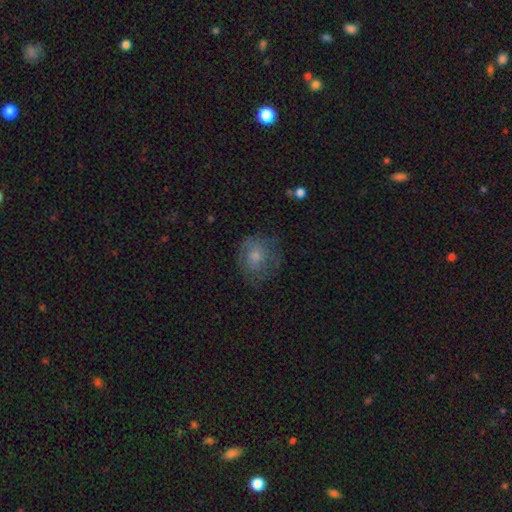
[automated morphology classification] Smooth or featured?
  - smooth: 57% *
  - featured or disk: 29%
  - star or artifact: 13%
How rounded?
  - round: 71% *
  - in between: 27%
  - cigar-shaped: 1%
Merging?
  - none: 68% *
  - minor disturbance: 20%
  - major disturbance: 11%
  - merger: 1%